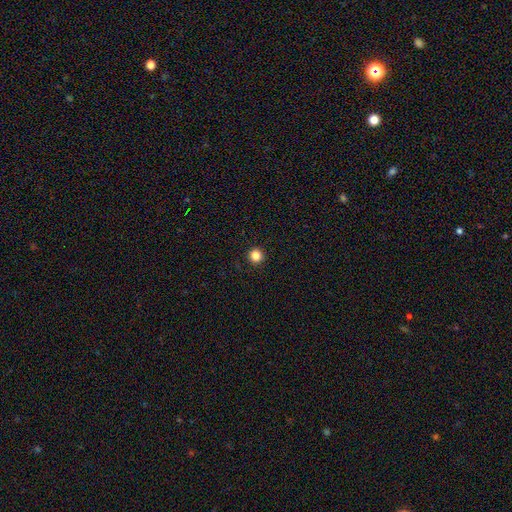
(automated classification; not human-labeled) smooth_or_featured: smooth (p=0.85) [alt: star or artifact p=0.11]
how_rounded: round (p=0.96) [alt: in between p=0.03]
merging: none (p=0.94) [alt: minor disturbance p=0.04]